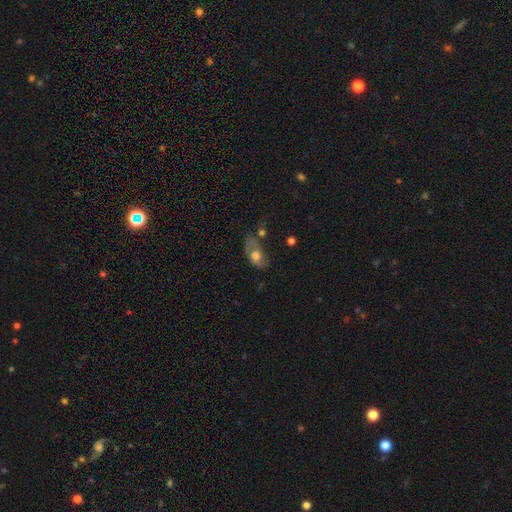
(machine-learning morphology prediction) Smooth or featured? Predicted: smooth (p=0.55). How rounded? Predicted: in between (p=0.83). Merging? Predicted: none (p=0.43).